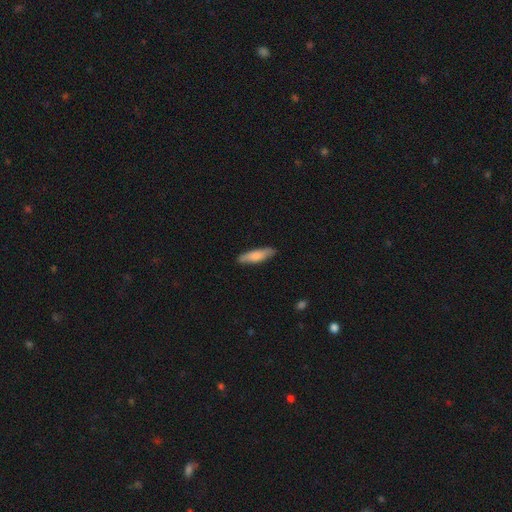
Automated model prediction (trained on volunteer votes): This appears to be a smooth galaxy with no disk features (77%) that is cigar-shaped (68%). Merging: none (87%).